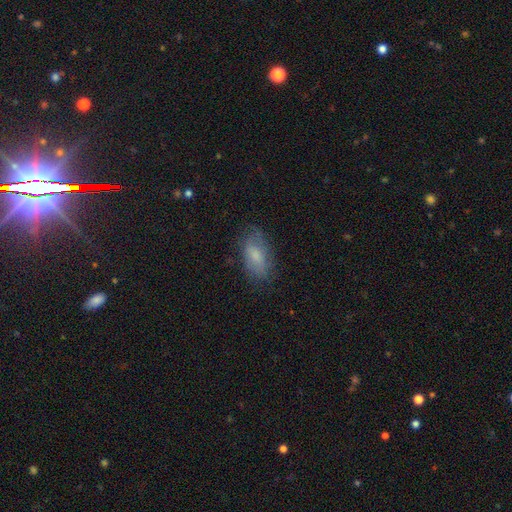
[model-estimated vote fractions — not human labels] This appears to be a smooth galaxy with no disk features (70%) that is in between round and cigar-shaped (90%). Merging: none (71%).